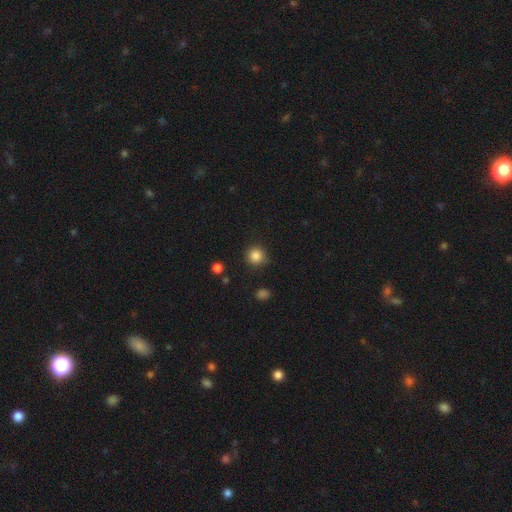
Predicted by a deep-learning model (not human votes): The model was most divided on "smooth or featured": smooth: 85%, star or artifact: 11%, featured or disk: 4%. More confident: how rounded — round (94%); merging — none (88%).